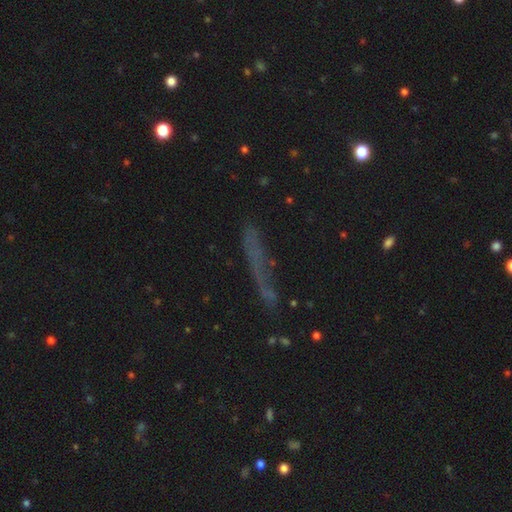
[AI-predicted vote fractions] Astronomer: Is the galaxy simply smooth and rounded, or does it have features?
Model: smooth — 43% (runner-up: star or artifact, 28%).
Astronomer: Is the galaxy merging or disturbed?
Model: none — 64%.